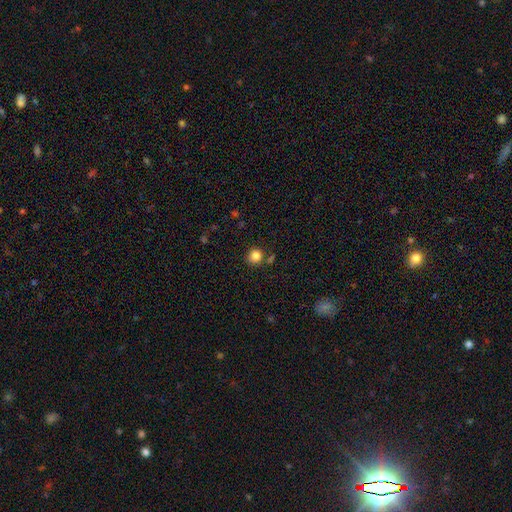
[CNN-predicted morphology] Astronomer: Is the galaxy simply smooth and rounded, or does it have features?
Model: smooth — 83%.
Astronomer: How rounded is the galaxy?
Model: round — 86%.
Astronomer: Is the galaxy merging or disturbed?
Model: none — 81%.